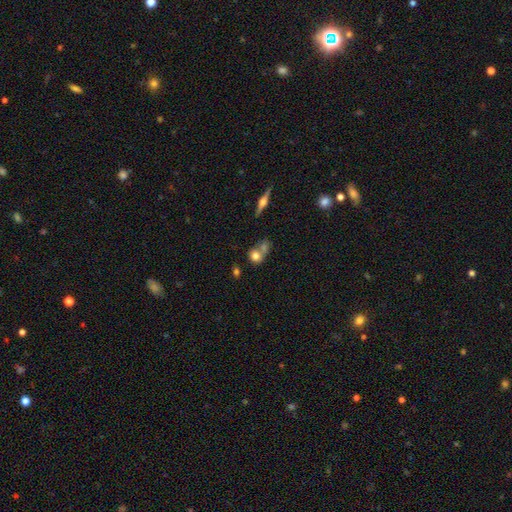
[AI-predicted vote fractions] smooth_or_featured: smooth (p=0.71) [alt: featured or disk p=0.19]
how_rounded: round (p=0.68) [alt: in between p=0.30]
merging: merger (p=0.46) [alt: none p=0.40]